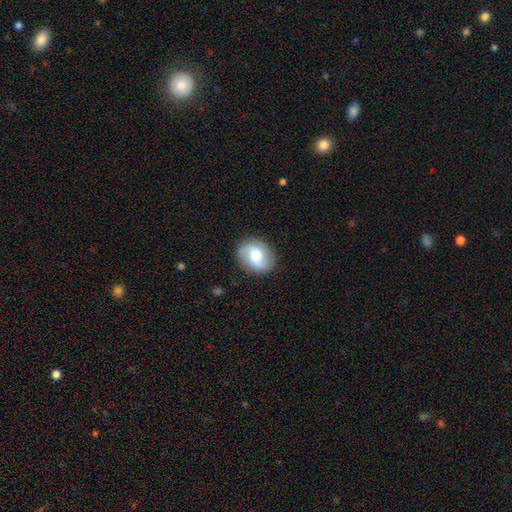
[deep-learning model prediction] Q: Smooth or featured?
A: smooth (47%); runner-up: featured or disk (46%)
Q: Merging?
A: none (85%); runner-up: minor disturbance (10%)